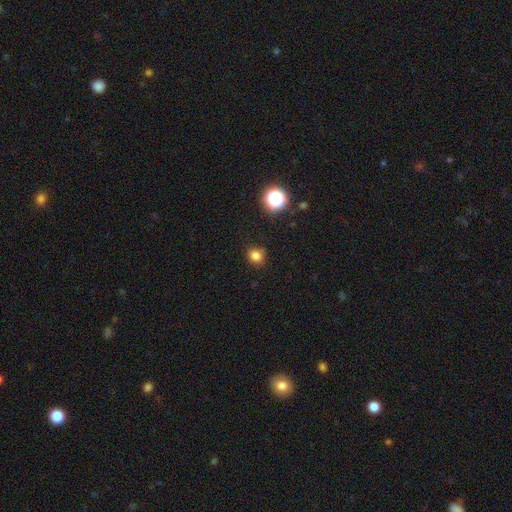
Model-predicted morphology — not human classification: smooth_or_featured: smooth (p=0.80) [alt: star or artifact p=0.16]
how_rounded: round (p=0.78) [alt: in between p=0.21]
merging: none (p=0.83) [alt: minor disturbance p=0.12]